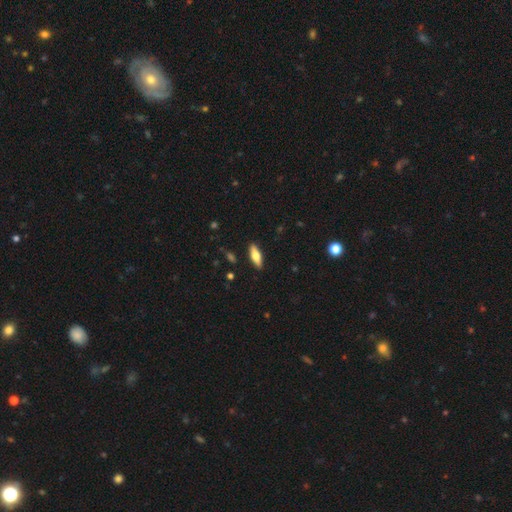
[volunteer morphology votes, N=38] Smooth or featured: smooth — 58% (featured or disk — 34%)
How rounded: cigar-shaped — 55% (in between — 41%)
Merging: none — 83% (major disturbance — 9%)